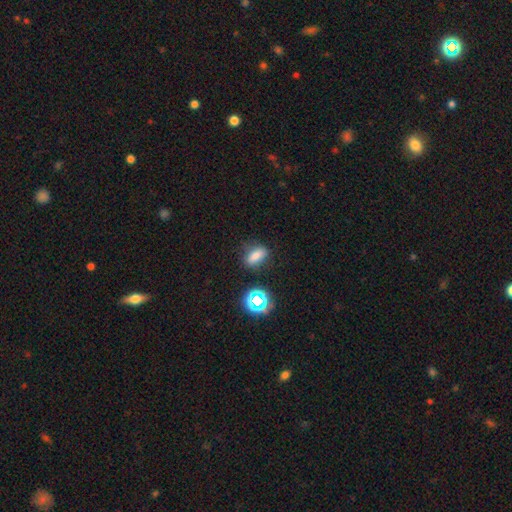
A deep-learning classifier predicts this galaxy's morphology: Smooth or featured? smooth (71%)
How rounded? in between (75%)
Merging? none (75%)